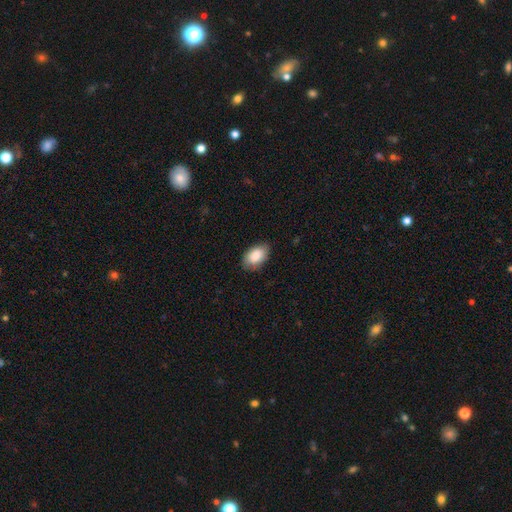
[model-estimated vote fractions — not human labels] smooth_or_featured: smooth (p=0.87) [alt: featured or disk p=0.07]
how_rounded: in between (p=0.94) [alt: round p=0.05]
merging: none (p=0.81) [alt: minor disturbance p=0.15]